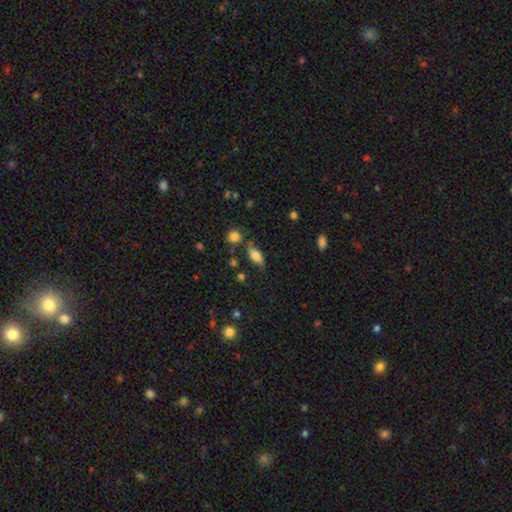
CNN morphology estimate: Smooth or featured?
  - smooth: 63% *
  - featured or disk: 27%
  - star or artifact: 10%
How rounded?
  - in between: 78% *
  - cigar-shaped: 14%
  - round: 8%
Merging?
  - none: 62% *
  - minor disturbance: 24%
  - major disturbance: 8%
  - merger: 7%